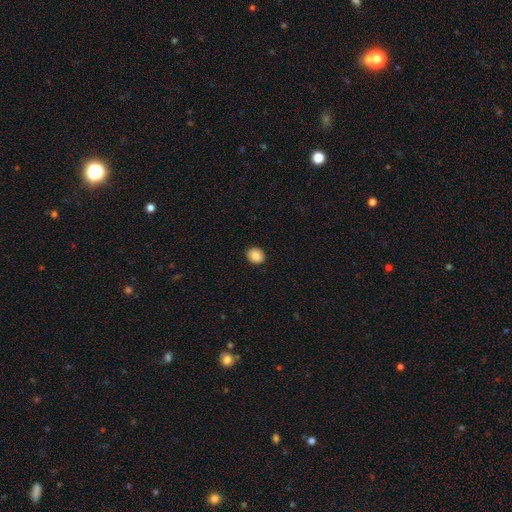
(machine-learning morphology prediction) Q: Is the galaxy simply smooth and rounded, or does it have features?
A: smooth — 88%.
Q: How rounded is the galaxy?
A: round — 73%.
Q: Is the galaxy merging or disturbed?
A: none — 91%.